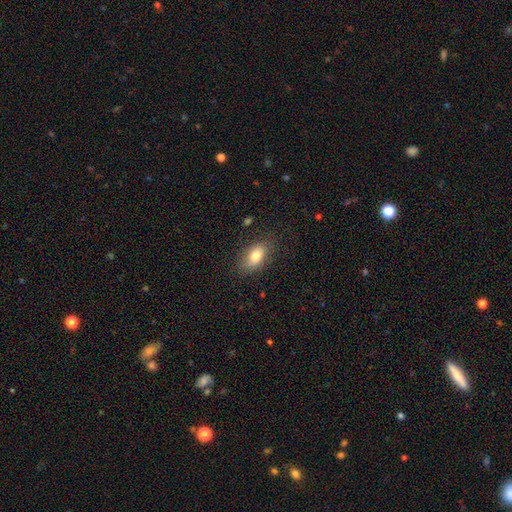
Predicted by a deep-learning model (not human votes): Morphology: type=smooth (78%); roundness=in between (88%); merging=none (81%).